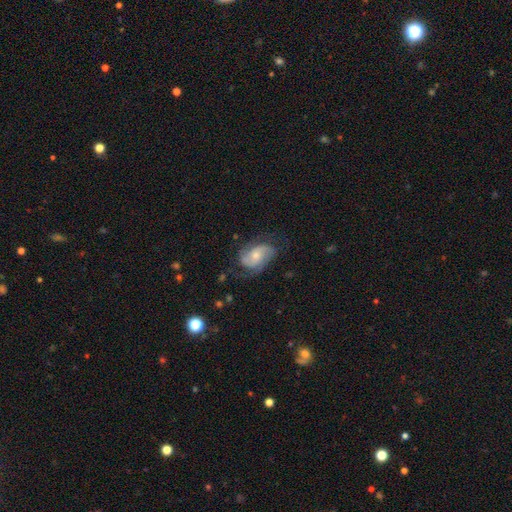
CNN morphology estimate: Smooth or featured? Predicted: featured or disk (p=0.68). Edge-on disk? Predicted: no (p=0.96). Bar? Predicted: no (p=0.65). Spiral arms? Predicted: yes (p=0.90). Spiral winding? Predicted: medium (p=0.45). Spiral arm count? Predicted: 2 (p=0.70). Bulge size? Predicted: moderate (p=0.48). Merging? Predicted: none (p=0.60).